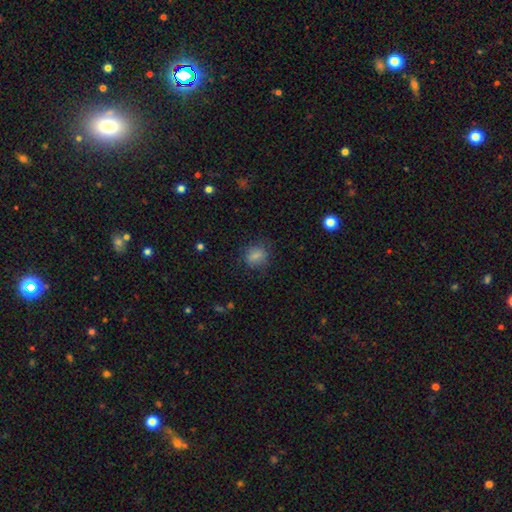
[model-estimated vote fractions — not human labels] Smooth or featured? Predicted: smooth (p=0.79). How rounded? Predicted: round (p=0.57). Merging? Predicted: none (p=0.74).